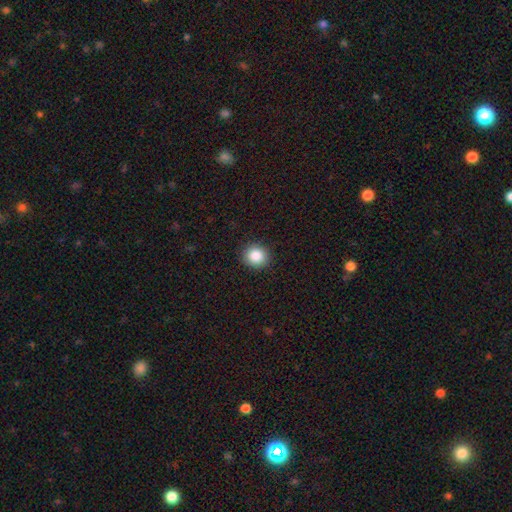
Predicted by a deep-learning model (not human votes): smooth-or-featured: smooth: 87% | star or artifact: 9% | featured or disk: 4%
  how-rounded: round: 87% | in between: 12% | cigar-shaped: 1%
  merging: none: 90% | minor disturbance: 7% | major disturbance: 2% | merger: 1%